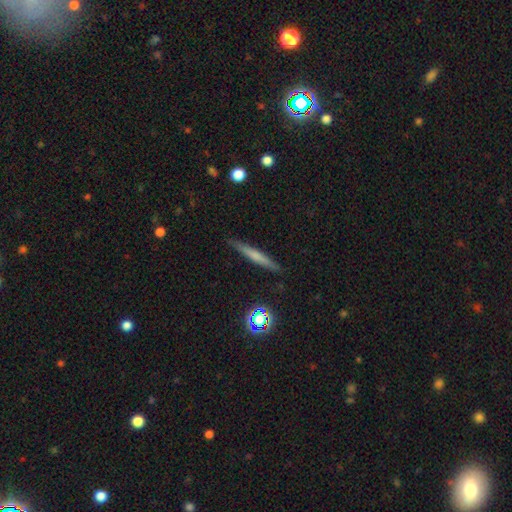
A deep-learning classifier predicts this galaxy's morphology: smooth_or_featured: smooth (p=0.55) [alt: featured or disk p=0.36]
how_rounded: cigar-shaped (p=0.94) [alt: in between p=0.04]
merging: none (p=0.89) [alt: minor disturbance p=0.08]